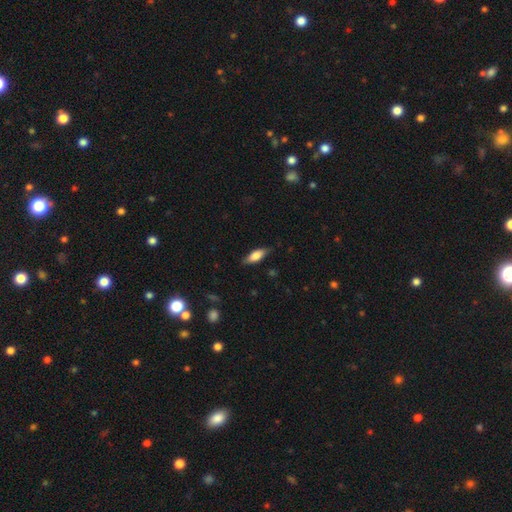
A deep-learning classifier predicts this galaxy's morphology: The model was most divided on "how rounded": in between: 68%, cigar-shaped: 30%, round: 2%. More confident: merging — none (81%); smooth or featured — smooth (73%).